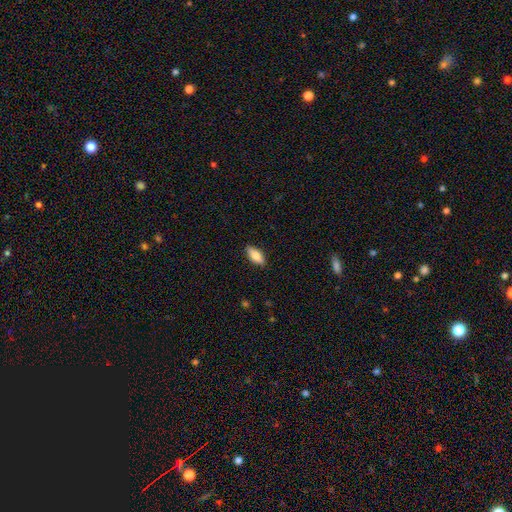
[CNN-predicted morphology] Smooth or featured? Predicted: smooth (p=0.82). How rounded? Predicted: in between (p=0.82). Merging? Predicted: none (p=0.88).